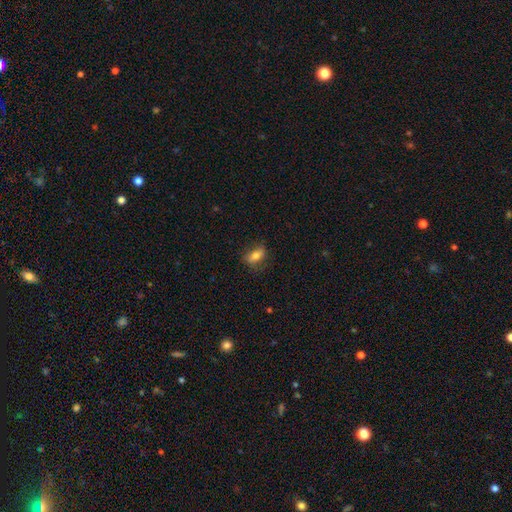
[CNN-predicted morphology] This appears to be a smooth galaxy with no disk features (72%) that is in between round and cigar-shaped (79%). Merging: none (72%).